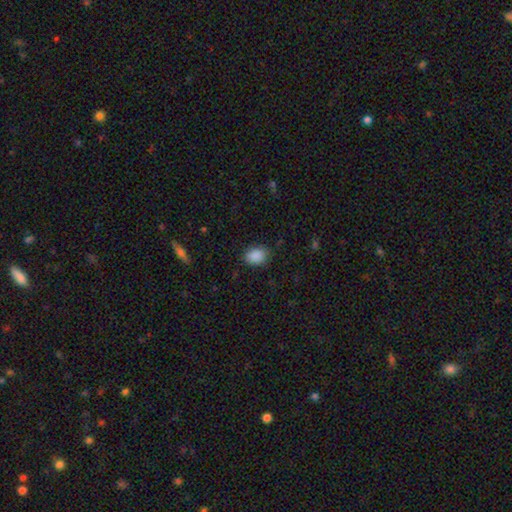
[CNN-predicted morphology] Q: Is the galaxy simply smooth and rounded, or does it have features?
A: smooth — 89%.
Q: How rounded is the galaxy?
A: in between — 67%.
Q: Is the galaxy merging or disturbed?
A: none — 84%.